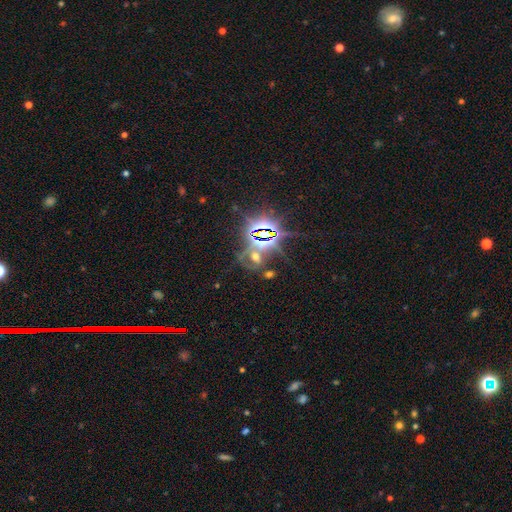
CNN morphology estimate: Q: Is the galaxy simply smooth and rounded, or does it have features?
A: star or artifact — 71%.